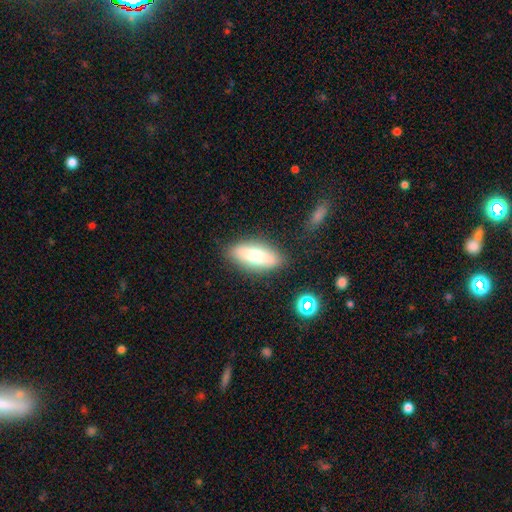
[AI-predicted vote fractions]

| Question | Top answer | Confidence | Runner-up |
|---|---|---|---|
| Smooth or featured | smooth | 72% | featured or disk (20%) |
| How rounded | in between | 77% | cigar-shaped (20%) |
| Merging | none | 83% | minor disturbance (12%) |